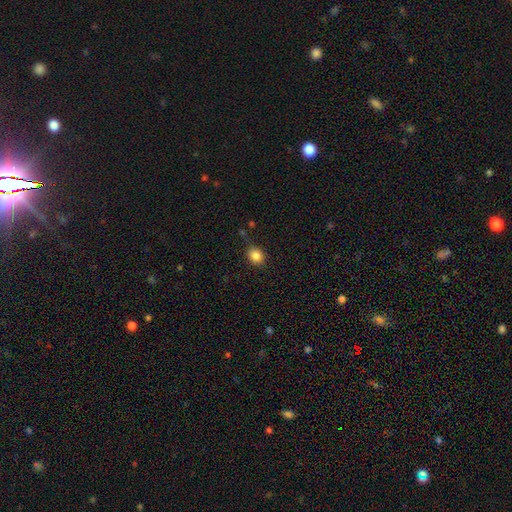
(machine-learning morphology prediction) type=smooth (86%); roundness=round (61%); merging=none (81%).